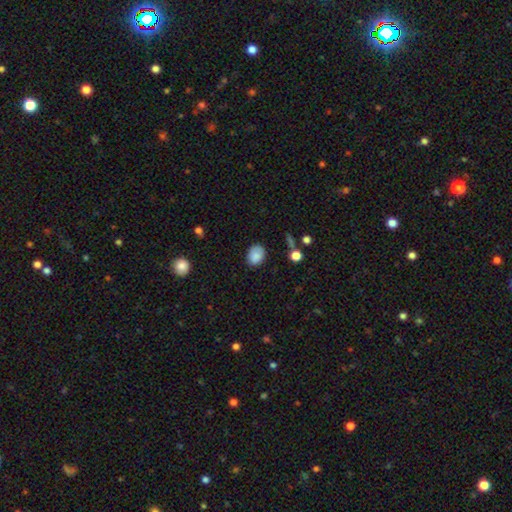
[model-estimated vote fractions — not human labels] Overall: smooth (86%). How rounded: in between (67%; round 32%). Merging: none (77%).